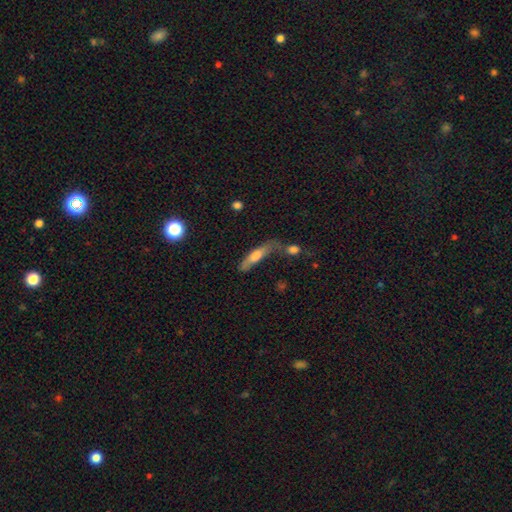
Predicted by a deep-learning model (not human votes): A smooth galaxy with no disk features (55%) that is cigar-shaped (70%).

Vote fractions:
- Smooth or featured? smooth: 55% / featured or disk: 35% / star or artifact: 10%
- How rounded? cigar-shaped: 70% / in between: 27% / round: 3%
- Merging? none: 40% / merger: 25% / minor disturbance: 20% / major disturbance: 15%